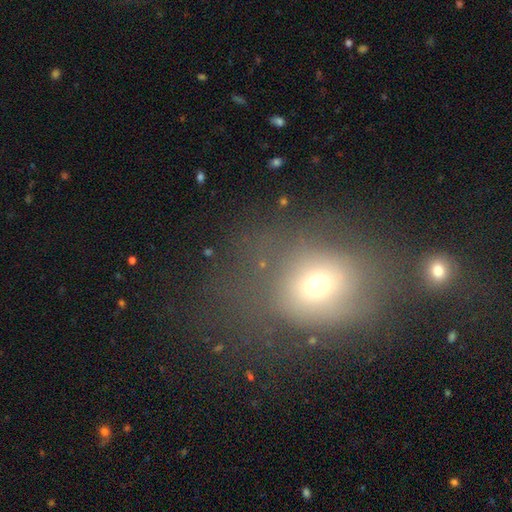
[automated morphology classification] smooth_or_featured: smooth (p=0.60) [alt: star or artifact p=0.22]
how_rounded: round (p=0.63) [alt: in between p=0.36]
merging: none (p=0.49) [alt: major disturbance p=0.21]